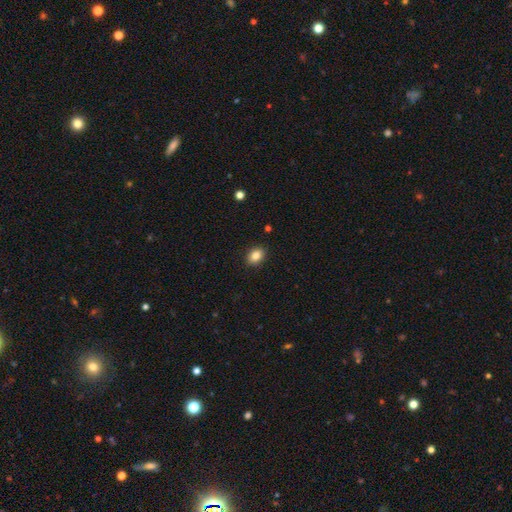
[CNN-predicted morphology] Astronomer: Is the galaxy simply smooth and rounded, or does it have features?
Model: smooth — 85%.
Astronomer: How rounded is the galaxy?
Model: in between — 70%.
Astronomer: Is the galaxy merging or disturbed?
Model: none — 89%.